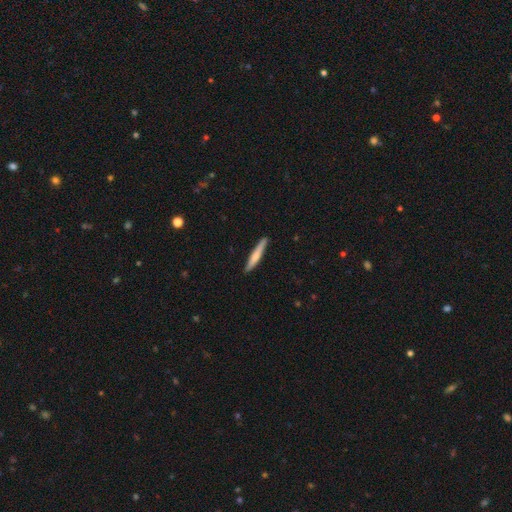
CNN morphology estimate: A smooth galaxy with no disk features (64%) that is cigar-shaped (94%). Merging: none (89%).